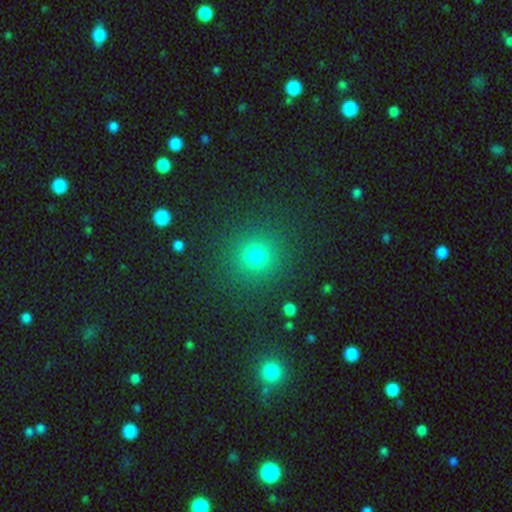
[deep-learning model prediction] This appears to be a smooth galaxy with no disk features (75%) that is round (92%). Merging: none (89%).